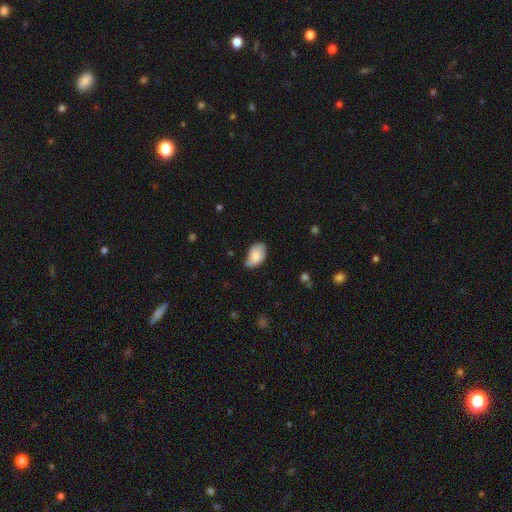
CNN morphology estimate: This is likely a smooth galaxy (75%). How rounded: clearly in between (91%). Merging: possibly none (54%).